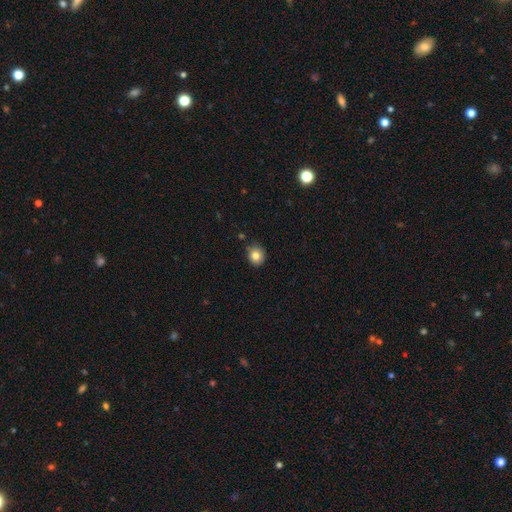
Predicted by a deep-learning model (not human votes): A smooth galaxy with no disk features (81%) that is round (70%).

Vote fractions:
- Smooth or featured? smooth: 81% / star or artifact: 10% / featured or disk: 9%
- How rounded? round: 70% / in between: 29% / cigar-shaped: 1%
- Merging? none: 83% / minor disturbance: 13% / major disturbance: 2% / merger: 2%